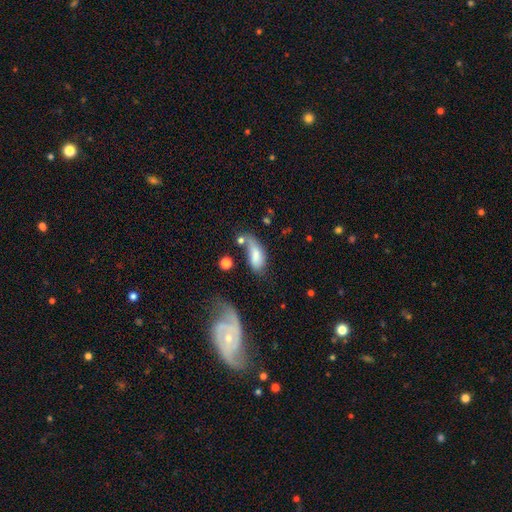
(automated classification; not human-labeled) The model was most divided on "merging": none: 30%, minor disturbance: 28%, major disturbance: 24%, merger: 18%. More confident: how rounded — in between (84%); smooth or featured — smooth (72%).